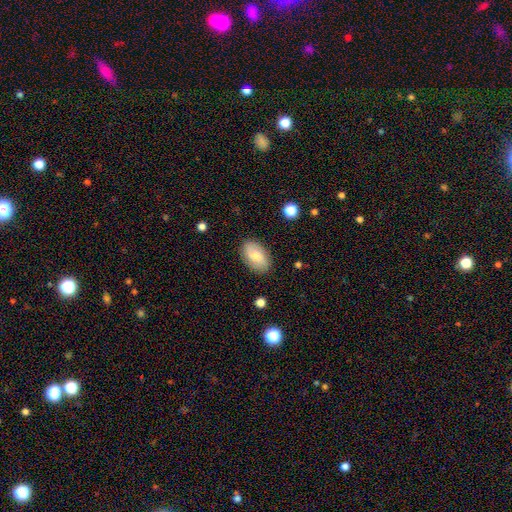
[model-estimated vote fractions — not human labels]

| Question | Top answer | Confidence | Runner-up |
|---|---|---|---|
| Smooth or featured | smooth | 65% | featured or disk (28%) |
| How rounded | in between | 91% | round (7%) |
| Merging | none | 85% | minor disturbance (11%) |